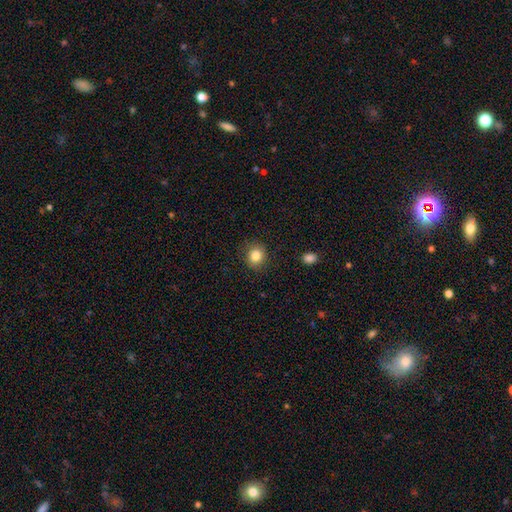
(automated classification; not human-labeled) A smooth galaxy with no disk features (84%) that is round (78%).

Vote fractions:
- Smooth or featured? smooth: 84% / star or artifact: 10% / featured or disk: 7%
- How rounded? round: 78% / in between: 21% / cigar-shaped: 1%
- Merging? none: 87% / minor disturbance: 9% / major disturbance: 3% / merger: 1%